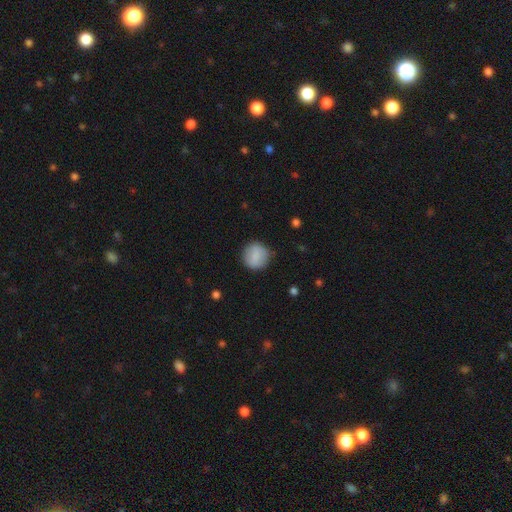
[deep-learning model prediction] Morphology: type=smooth (84%); roundness=round (91%); merging=none (87%).